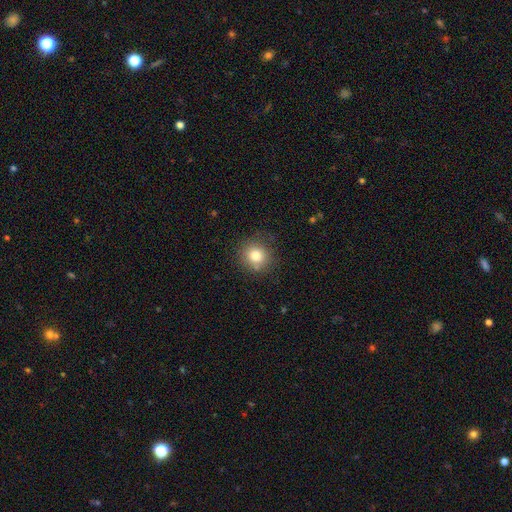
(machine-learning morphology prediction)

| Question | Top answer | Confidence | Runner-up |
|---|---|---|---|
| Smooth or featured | smooth | 79% | star or artifact (12%) |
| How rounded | round | 90% | in between (9%) |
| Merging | none | 82% | minor disturbance (11%) |